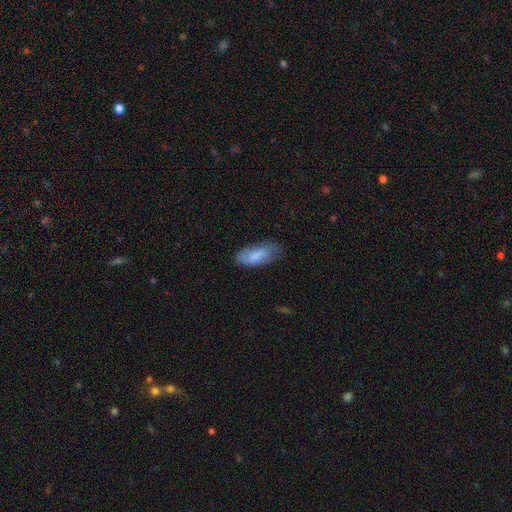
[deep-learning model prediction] The model was most divided on "merging": none: 59%, minor disturbance: 30%, major disturbance: 9%, merger: 2%. More confident: how rounded — in between (82%); smooth or featured — smooth (79%).